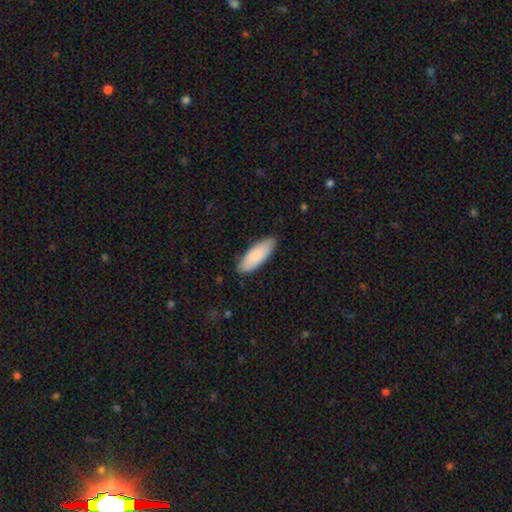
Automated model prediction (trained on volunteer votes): smooth 87%, featured or disk 8%, star or artifact 5%. Down the decision tree: how rounded — in between (68%); merging — none (86%).